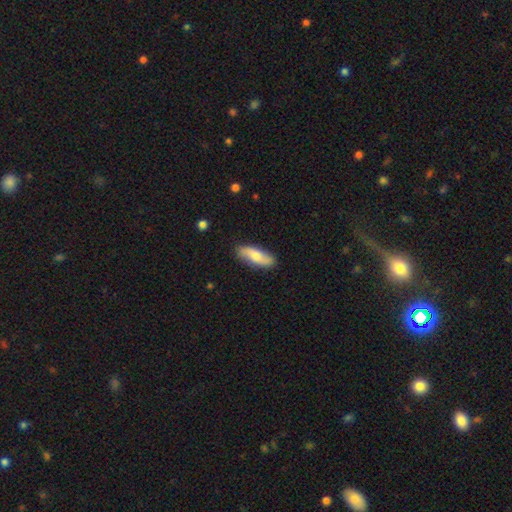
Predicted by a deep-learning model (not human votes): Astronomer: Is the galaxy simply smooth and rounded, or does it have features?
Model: smooth — 62%.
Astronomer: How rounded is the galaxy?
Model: in between — 62%.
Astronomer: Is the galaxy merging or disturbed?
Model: none — 85%.